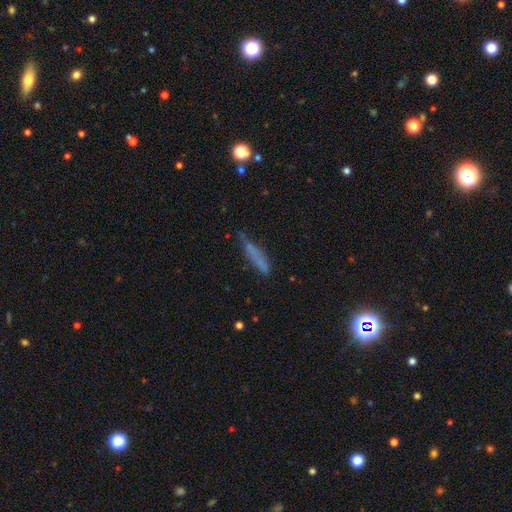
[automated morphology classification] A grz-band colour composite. It shows a smooth galaxy with no disk features (63%) that is cigar-shaped (86%). Merging: none (64%).